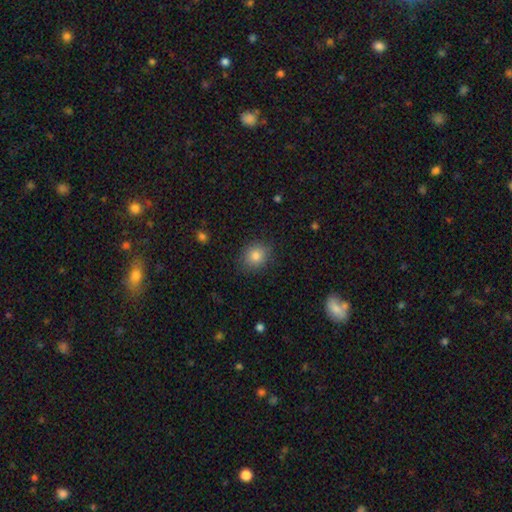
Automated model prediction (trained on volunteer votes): Morphology: type=smooth (83%); roundness=round (75%); merging=none (86%).